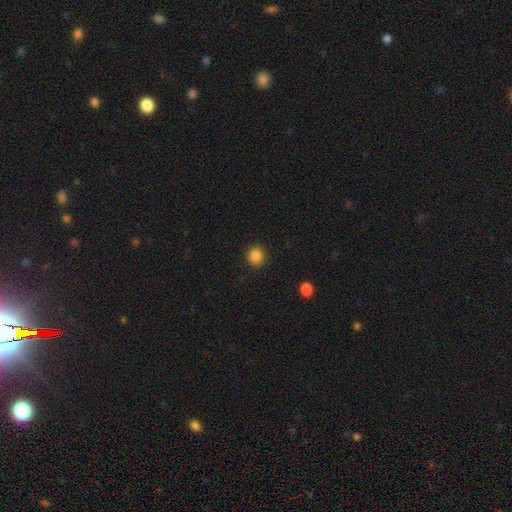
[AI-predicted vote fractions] smooth 86%, star or artifact 10%, featured or disk 3%. Down the decision tree: how rounded — round (87%); merging — none (90%).